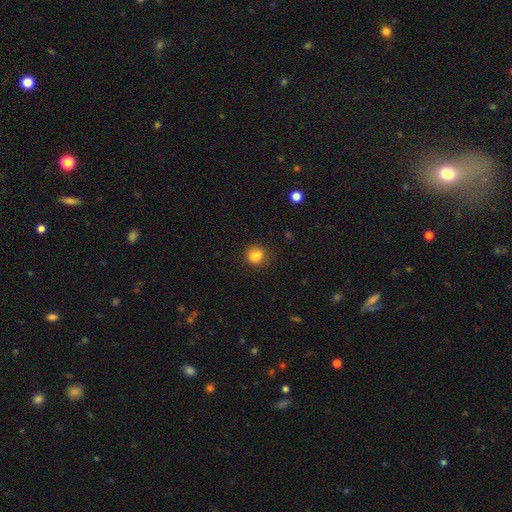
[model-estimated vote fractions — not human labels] Morphology: type=smooth (84%); roundness=round (70%); merging=none (76%).